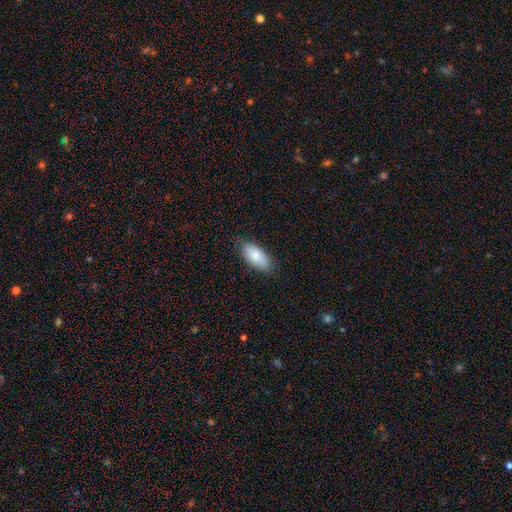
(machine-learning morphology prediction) Smooth or featured? smooth (85%)
How rounded? in between (88%)
Merging? none (82%)